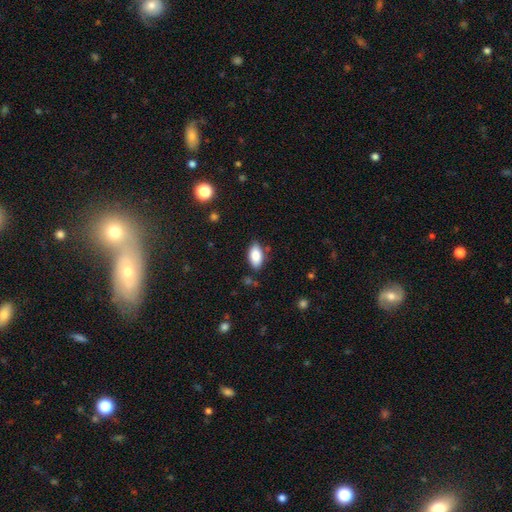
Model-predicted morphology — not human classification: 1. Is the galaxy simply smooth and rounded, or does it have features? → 87% smooth, 7% star or artifact, 6% featured or disk.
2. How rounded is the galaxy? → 93% in between, 4% cigar-shaped, 3% round.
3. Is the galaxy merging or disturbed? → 83% none, 13% minor disturbance, 3% major disturbance, 2% merger.